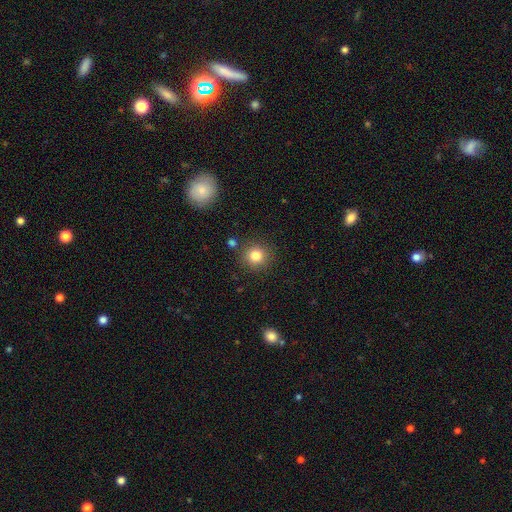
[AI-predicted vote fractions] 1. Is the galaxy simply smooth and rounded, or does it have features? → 82% smooth, 11% star or artifact, 7% featured or disk.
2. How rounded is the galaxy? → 92% round, 7% in between, 1% cigar-shaped.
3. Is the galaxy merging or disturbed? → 85% none, 8% minor disturbance, 4% merger, 3% major disturbance.